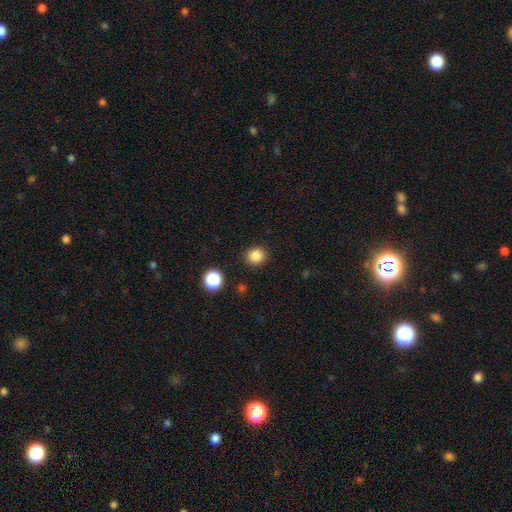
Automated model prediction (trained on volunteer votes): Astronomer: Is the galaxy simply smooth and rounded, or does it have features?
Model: smooth — 85%.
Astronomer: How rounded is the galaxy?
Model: round — 87%.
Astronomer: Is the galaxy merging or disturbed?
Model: none — 89%.